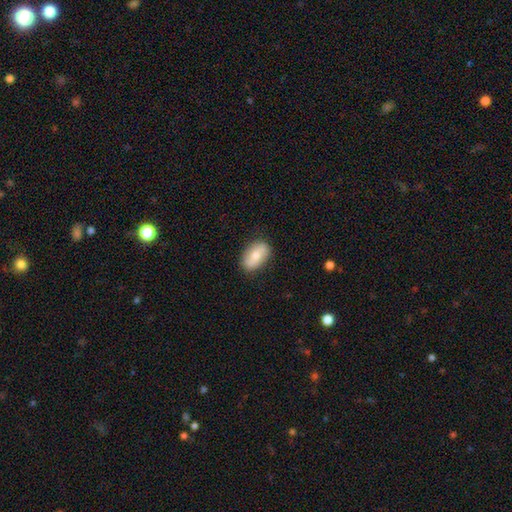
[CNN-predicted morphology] Smooth or featured?
  - smooth: 68% *
  - featured or disk: 25%
  - star or artifact: 6%
How rounded?
  - in between: 89% *
  - round: 8%
  - cigar-shaped: 3%
Merging?
  - none: 84% *
  - minor disturbance: 12%
  - major disturbance: 3%
  - merger: 1%